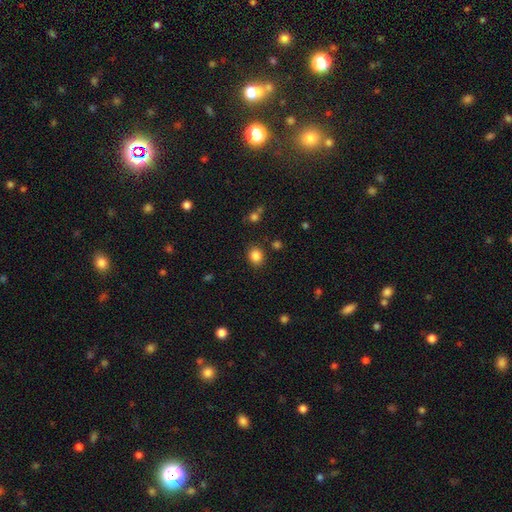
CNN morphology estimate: smooth_or_featured: smooth (p=0.85) [alt: star or artifact p=0.11]
how_rounded: round (p=0.69) [alt: in between p=0.30]
merging: none (p=0.86) [alt: minor disturbance p=0.09]